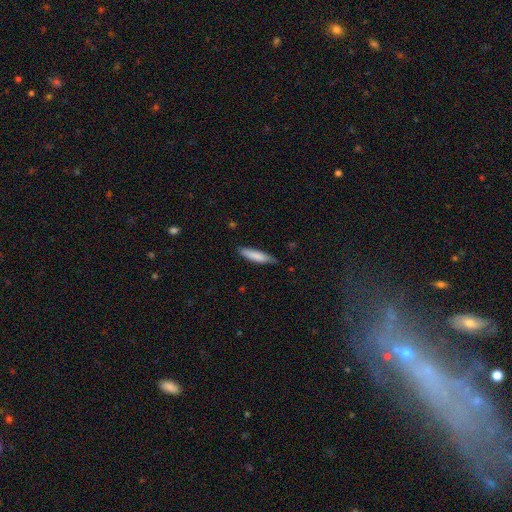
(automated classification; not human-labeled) smooth_or_featured: smooth (p=0.82) [alt: featured or disk p=0.12]
how_rounded: cigar-shaped (p=0.76) [alt: in between p=0.23]
merging: none (p=0.75) [alt: minor disturbance p=0.21]